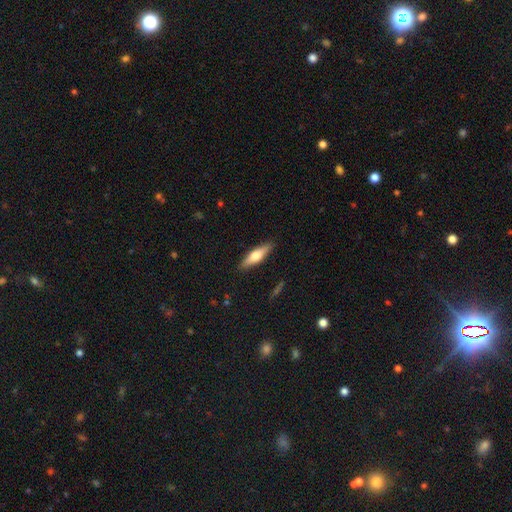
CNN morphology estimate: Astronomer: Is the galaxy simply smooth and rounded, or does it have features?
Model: smooth — 51% (runner-up: featured or disk, 43%).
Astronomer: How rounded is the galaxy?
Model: cigar-shaped — 63%.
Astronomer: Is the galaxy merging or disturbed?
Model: none — 89%.